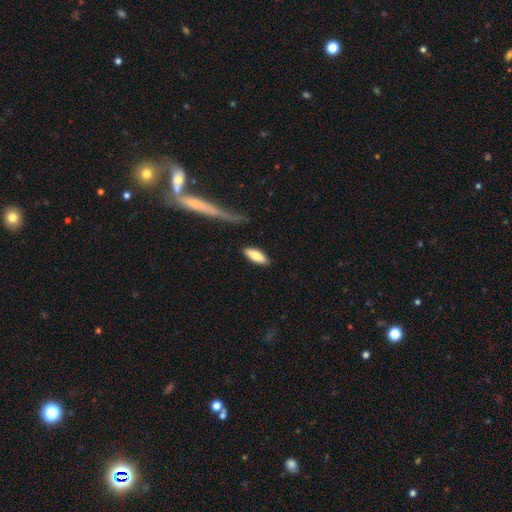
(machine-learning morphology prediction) A smooth galaxy with no disk features (82%) that is in between round and cigar-shaped (71%).

Vote fractions:
- Smooth or featured? smooth: 82% / featured or disk: 12% / star or artifact: 6%
- How rounded? in between: 71% / cigar-shaped: 27% / round: 2%
- Merging? none: 85% / minor disturbance: 10% / major disturbance: 3% / merger: 2%